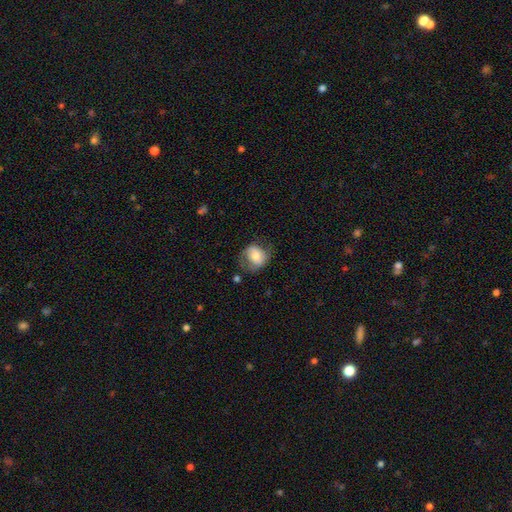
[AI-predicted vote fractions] smooth 62%, featured or disk 30%, star or artifact 8%. Down the decision tree: how rounded — round (58%); merging — none (55%).